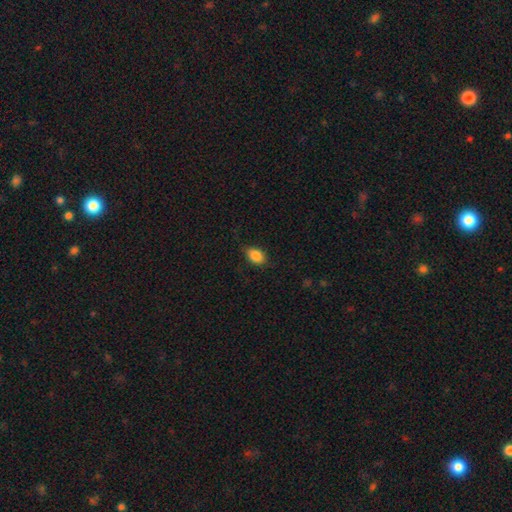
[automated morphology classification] smooth 87%, star or artifact 8%, featured or disk 5%. Down the decision tree: how rounded — in between (81%); merging — none (78%).